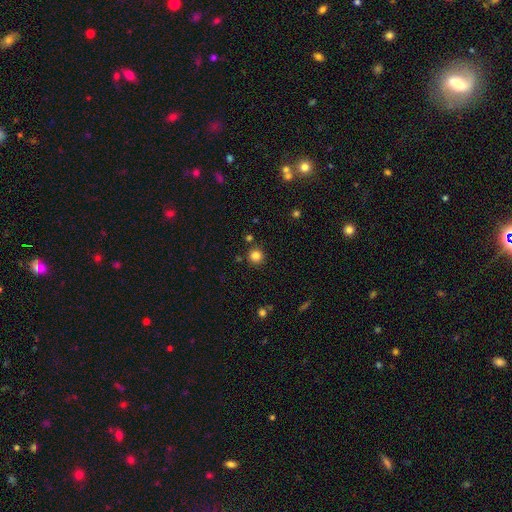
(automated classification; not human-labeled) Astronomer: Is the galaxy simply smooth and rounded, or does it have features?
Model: smooth — 83%.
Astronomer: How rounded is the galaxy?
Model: round — 94%.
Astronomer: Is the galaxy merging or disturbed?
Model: none — 87%.